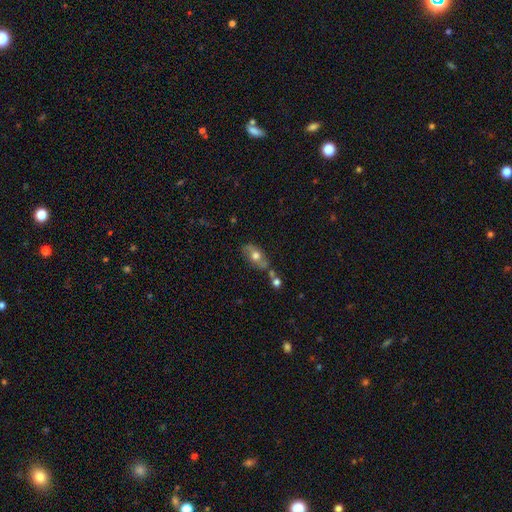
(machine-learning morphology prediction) Q: Smooth or featured?
A: smooth (57%); runner-up: featured or disk (34%)
Q: How rounded?
A: in between (82%); runner-up: round (9%)
Q: Merging?
A: none (58%); runner-up: minor disturbance (20%)